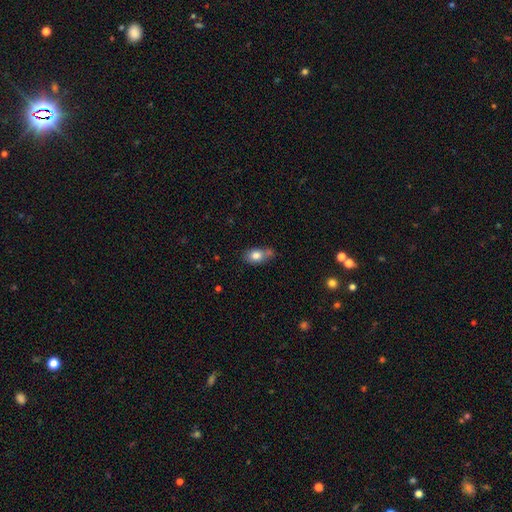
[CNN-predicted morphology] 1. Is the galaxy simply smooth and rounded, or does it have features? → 79% smooth, 12% featured or disk, 9% star or artifact.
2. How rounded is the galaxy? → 78% in between, 19% round, 3% cigar-shaped.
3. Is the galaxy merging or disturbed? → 48% none, 29% minor disturbance, 16% merger, 7% major disturbance.